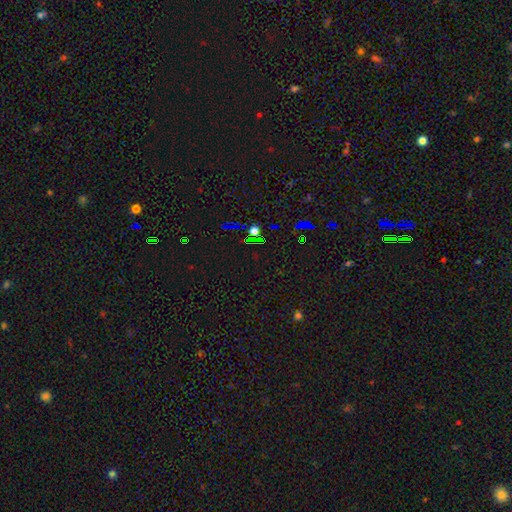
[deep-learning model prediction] This appears to be a star or artifact, not a galaxy (74%).